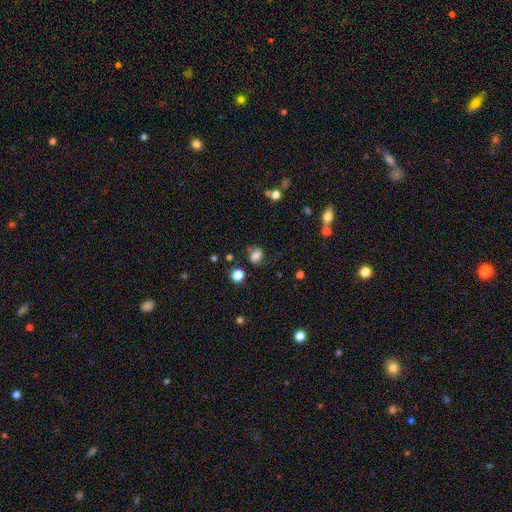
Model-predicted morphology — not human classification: smooth_or_featured: smooth (p=0.72) [alt: featured or disk p=0.15]
how_rounded: in between (p=0.51) [alt: round p=0.48]
merging: none (p=0.66) [alt: minor disturbance p=0.21]